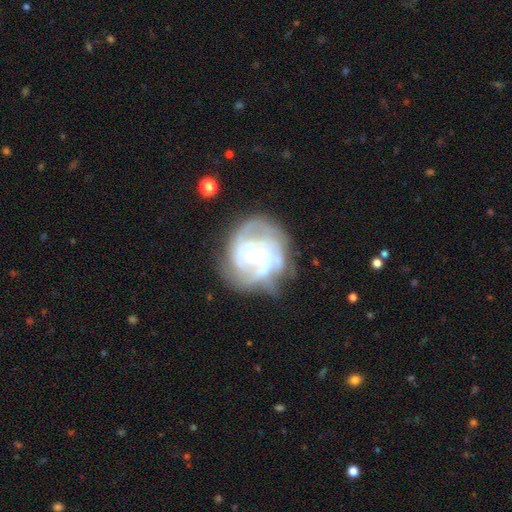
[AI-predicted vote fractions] smooth_or_featured: featured or disk (p=0.85) [alt: smooth p=0.09]
disk_edge_on: no (p=0.98) [alt: yes p=0.02]
bar: no (p=0.61) [alt: weak p=0.31]
has_spiral_arms: yes (p=0.93) [alt: no p=0.07]
spiral_winding: tight (p=0.60) [alt: medium p=0.33]
spiral_arm_count: can't tell (p=0.28) [alt: 2 p=0.27]
bulge_size: small (p=0.69) [alt: moderate p=0.27]
merging: none (p=0.63) [alt: minor disturbance p=0.22]